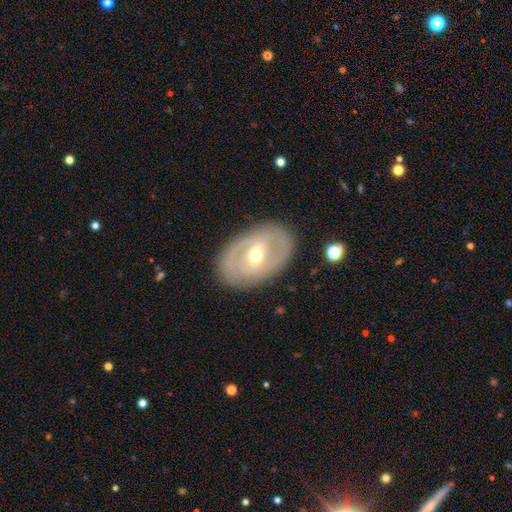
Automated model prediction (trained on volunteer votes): A featured or disk galaxy (71%) with a weak bar (46%), spiral arms (53%) and a moderate central bulge (64%).

Vote fractions:
- Smooth or featured? featured or disk: 71% / smooth: 23% / star or artifact: 6%
- Edge-on disk? no: 92% / yes: 8%
- Bar? weak: 46% / no: 28% / strong: 27%
- Spiral arms? yes: 53% / no: 47%
- Bulge size? moderate: 64% / small: 30% / large: 4% / dominant: 1% / none: 1%
- Merging? none: 83% / minor disturbance: 11% / major disturbance: 5% / merger: 1%